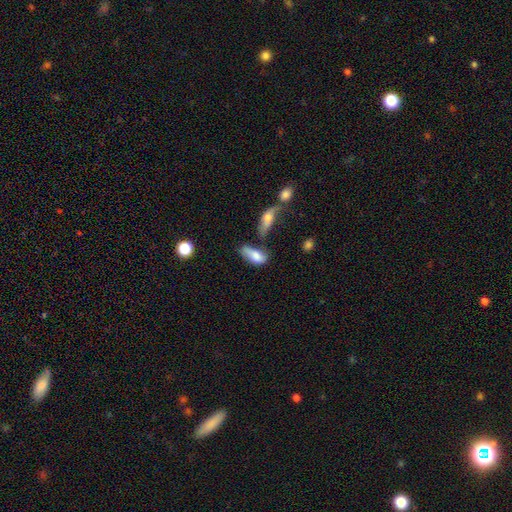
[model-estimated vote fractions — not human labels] A smooth galaxy with no disk features (76%) that is in between round and cigar-shaped (83%).

Vote fractions:
- Smooth or featured? smooth: 76% / featured or disk: 17% / star or artifact: 8%
- How rounded? in between: 83% / cigar-shaped: 13% / round: 4%
- Merging? merger: 30% / none: 29% / minor disturbance: 24% / major disturbance: 18%